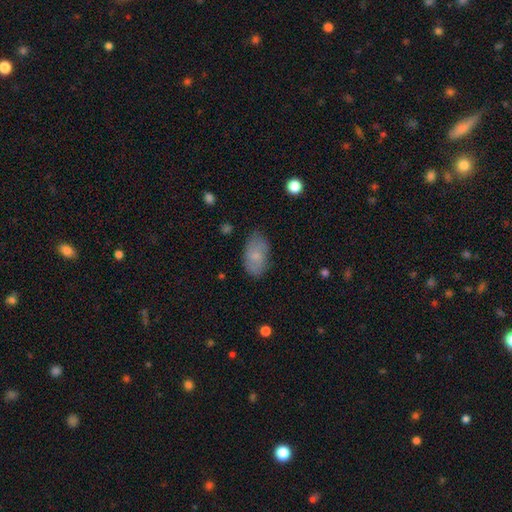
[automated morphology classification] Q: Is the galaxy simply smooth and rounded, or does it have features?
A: smooth — 73%.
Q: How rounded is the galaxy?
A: in between — 92%.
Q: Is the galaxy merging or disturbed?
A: none — 76%.